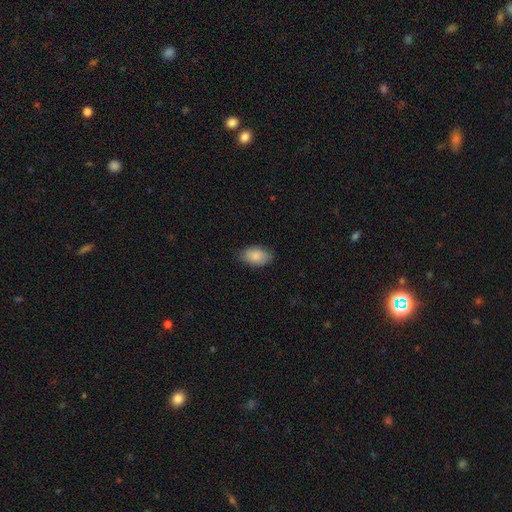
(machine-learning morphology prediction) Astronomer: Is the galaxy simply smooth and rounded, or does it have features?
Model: smooth — 87%.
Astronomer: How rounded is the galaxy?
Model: in between — 92%.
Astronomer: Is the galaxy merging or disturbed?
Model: none — 81%.